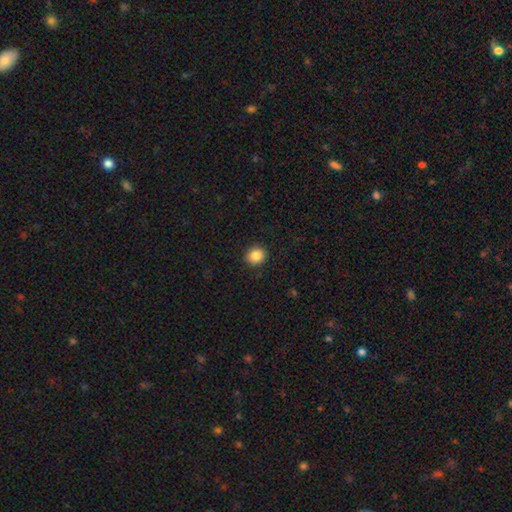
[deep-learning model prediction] Q: Smooth or featured?
A: smooth (87%); runner-up: star or artifact (9%)
Q: How rounded?
A: round (82%); runner-up: in between (18%)
Q: Merging?
A: none (91%); runner-up: minor disturbance (6%)